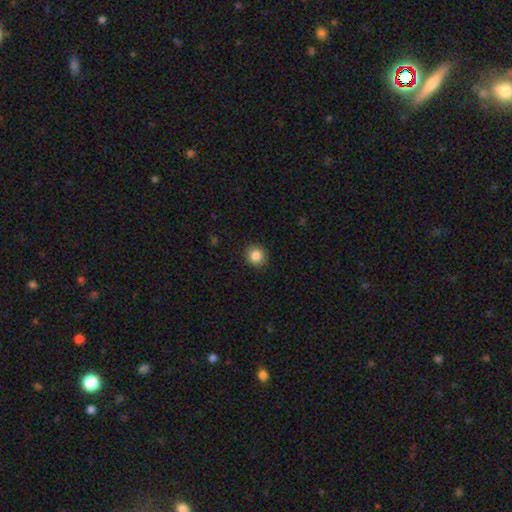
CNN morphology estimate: Smooth or featured? Predicted: smooth (p=0.86). How rounded? Predicted: round (p=0.90). Merging? Predicted: none (p=0.91).